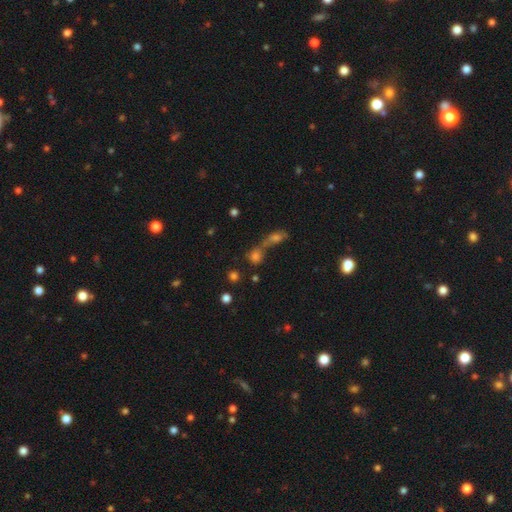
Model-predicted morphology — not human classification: smooth_or_featured: smooth (p=0.62) [alt: star or artifact p=0.24]
how_rounded: round (p=0.68) [alt: in between p=0.26]
merging: merger (p=0.53) [alt: none p=0.35]